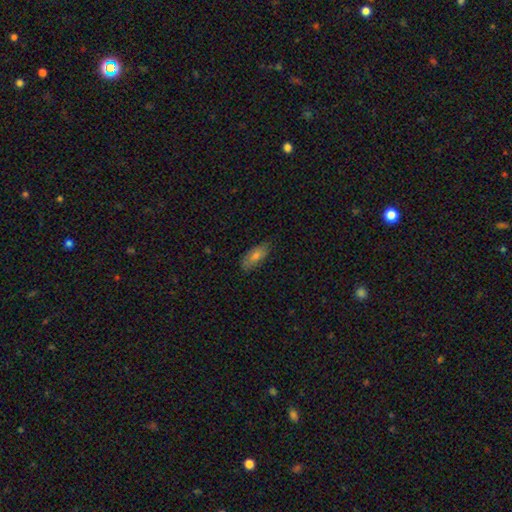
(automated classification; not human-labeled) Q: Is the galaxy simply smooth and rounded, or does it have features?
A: smooth — 69%.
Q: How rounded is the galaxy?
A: in between — 73%.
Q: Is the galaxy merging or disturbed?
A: none — 81%.